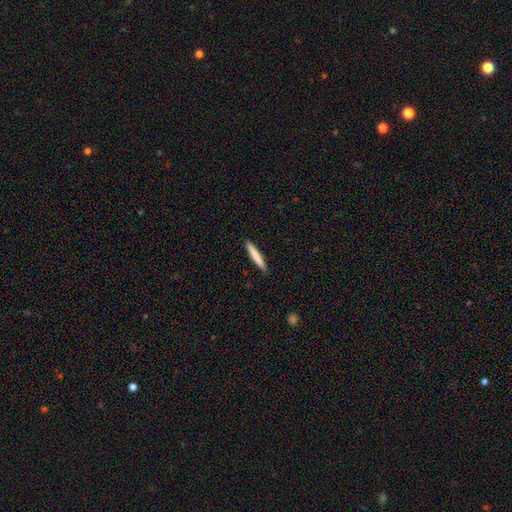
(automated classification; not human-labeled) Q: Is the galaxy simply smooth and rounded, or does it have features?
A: smooth — 75%.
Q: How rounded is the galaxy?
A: cigar-shaped — 95%.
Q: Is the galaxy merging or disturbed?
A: none — 91%.